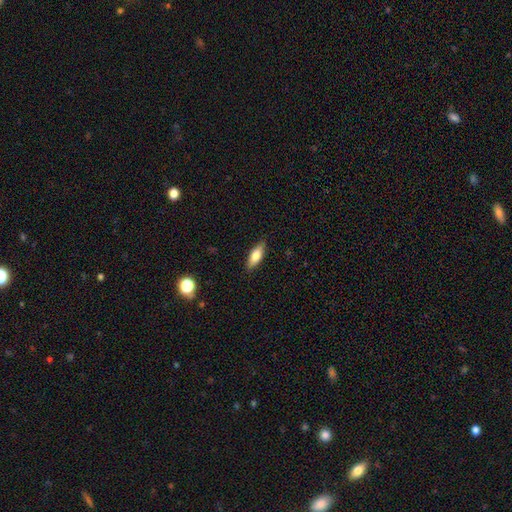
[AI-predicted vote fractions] Overall: smooth (73%). How rounded: in between (61%; cigar-shaped 36%). Merging: none (86%).